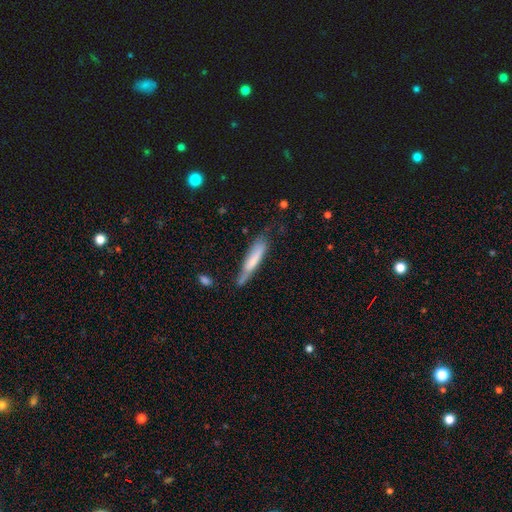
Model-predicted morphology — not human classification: A smooth galaxy with no disk features (54%) that is cigar-shaped (87%).

Vote fractions:
- Smooth or featured? smooth: 54% / featured or disk: 37% / star or artifact: 8%
- How rounded? cigar-shaped: 87% / in between: 12% / round: 1%
- Merging? none: 57% / minor disturbance: 29% / major disturbance: 10% / merger: 5%